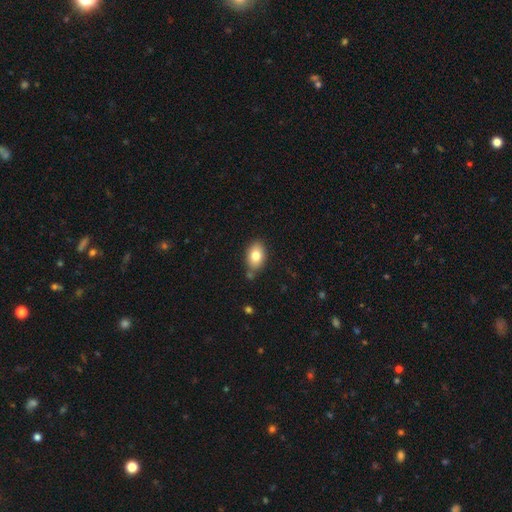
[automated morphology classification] Overall: smooth (80%). How rounded: in between (83%). Merging: none (74%).